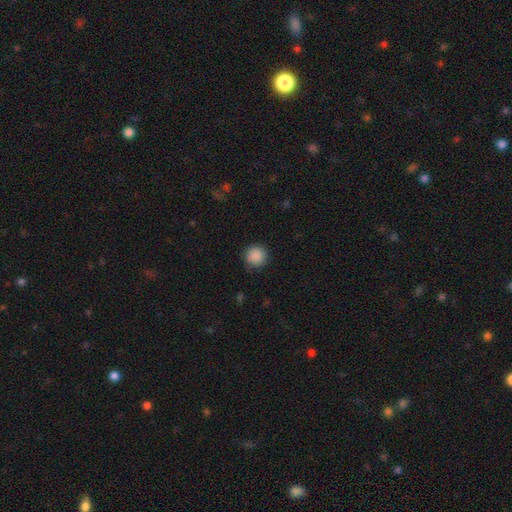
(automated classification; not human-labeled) Smooth or featured: smooth — 88% (star or artifact — 9%)
How rounded: round — 94% (in between — 5%)
Merging: none — 88% (minor disturbance — 9%)